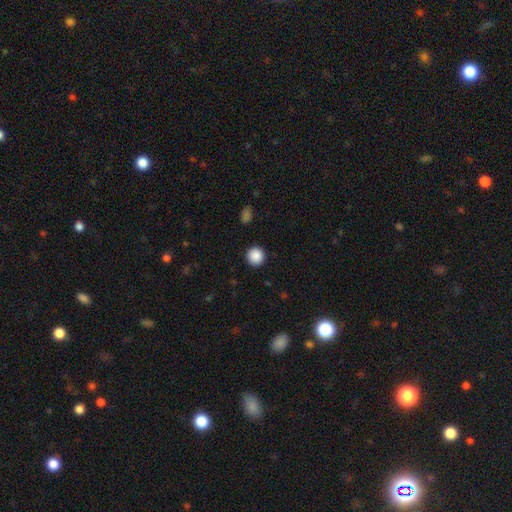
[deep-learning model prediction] Smooth or featured: smooth — 88% (star or artifact — 9%)
How rounded: round — 94% (in between — 5%)
Merging: none — 92% (minor disturbance — 5%)